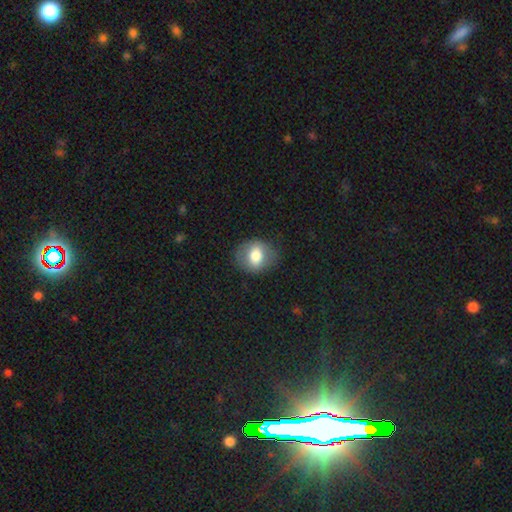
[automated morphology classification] Smooth or featured? Predicted: smooth (p=0.71). How rounded? Predicted: round (p=0.56). Merging? Predicted: none (p=0.79).